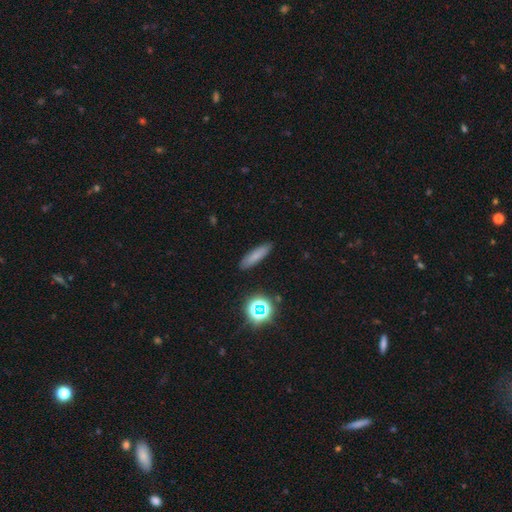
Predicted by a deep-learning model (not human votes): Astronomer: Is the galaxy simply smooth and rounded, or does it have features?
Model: smooth — 74%.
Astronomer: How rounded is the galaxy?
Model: cigar-shaped — 72%.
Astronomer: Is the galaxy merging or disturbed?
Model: none — 88%.